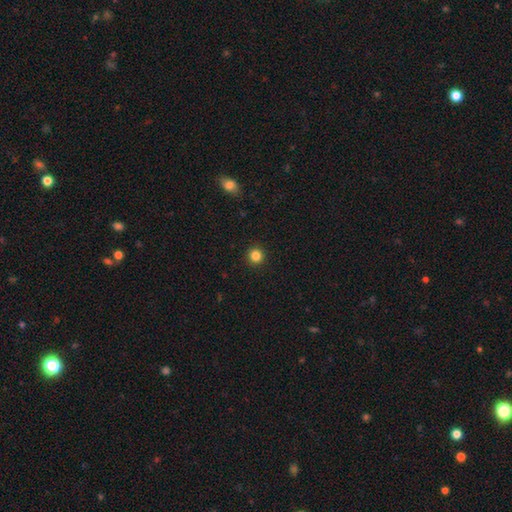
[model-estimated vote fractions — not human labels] Smooth or featured? Predicted: smooth (p=0.83). How rounded? Predicted: round (p=0.95). Merging? Predicted: none (p=0.93).